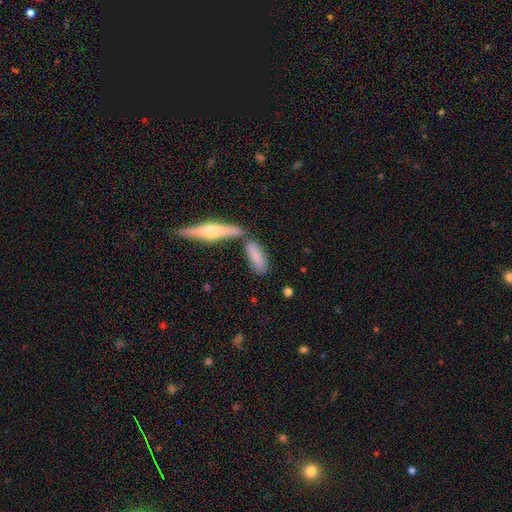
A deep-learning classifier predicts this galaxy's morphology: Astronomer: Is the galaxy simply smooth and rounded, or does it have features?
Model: smooth — 76%.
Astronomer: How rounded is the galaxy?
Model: in between — 51% (runner-up: cigar-shaped, 46%).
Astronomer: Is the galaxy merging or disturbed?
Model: none — 57%.